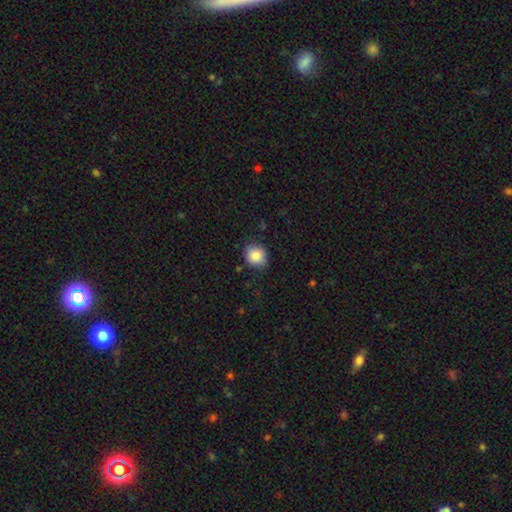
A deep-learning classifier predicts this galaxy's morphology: smooth_or_featured: smooth (p=0.86) [alt: star or artifact p=0.09]
how_rounded: round (p=0.74) [alt: in between p=0.25]
merging: none (p=0.79) [alt: minor disturbance p=0.17]